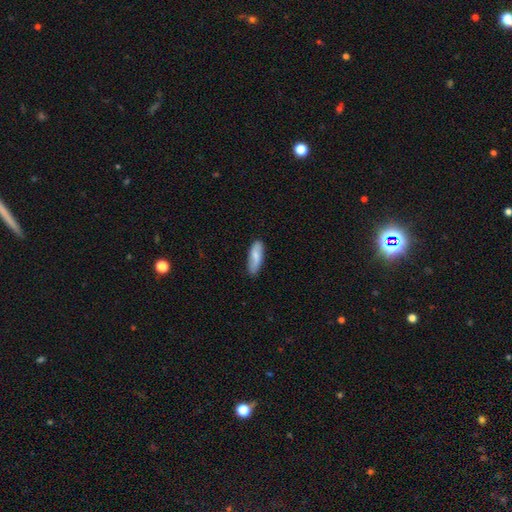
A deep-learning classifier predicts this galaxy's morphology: Smooth or featured? smooth (77%)
How rounded? in between (57%)
Merging? none (82%)